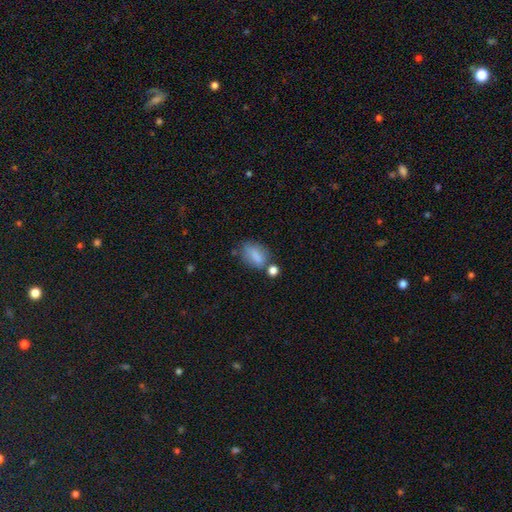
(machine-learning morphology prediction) A smooth galaxy with no disk features (77%) that is in between round and cigar-shaped (79%).

Vote fractions:
- Smooth or featured? smooth: 77% / featured or disk: 13% / star or artifact: 10%
- How rounded? in between: 79% / round: 12% / cigar-shaped: 9%
- Merging? none: 50% / minor disturbance: 23% / merger: 17% / major disturbance: 10%